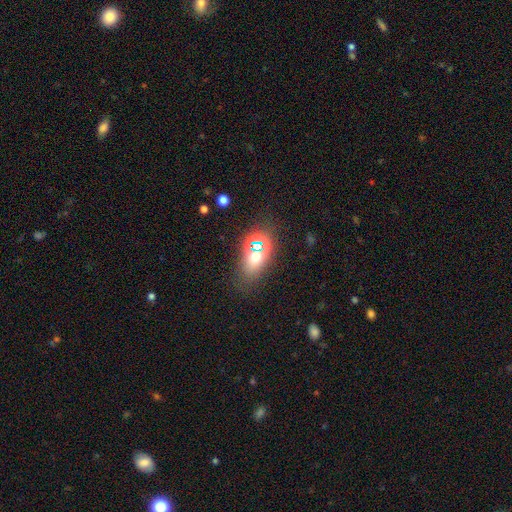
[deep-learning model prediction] Morphology: type=smooth (55%); roundness=in between (74%); merging=none (71%).